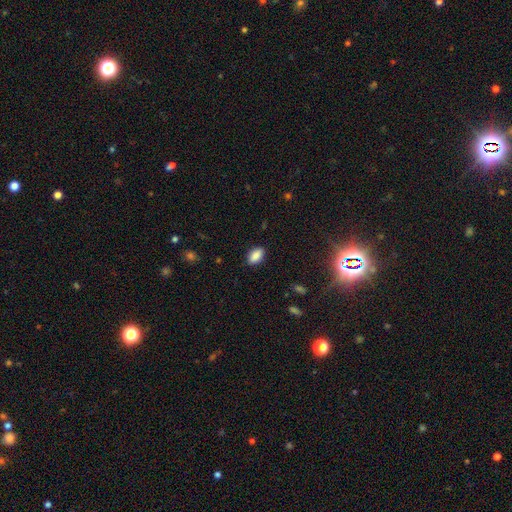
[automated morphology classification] Smooth or featured?
  - smooth: 88% *
  - star or artifact: 8%
  - featured or disk: 5%
How rounded?
  - in between: 92% *
  - round: 5%
  - cigar-shaped: 3%
Merging?
  - none: 87% *
  - minor disturbance: 10%
  - major disturbance: 2%
  - merger: 1%